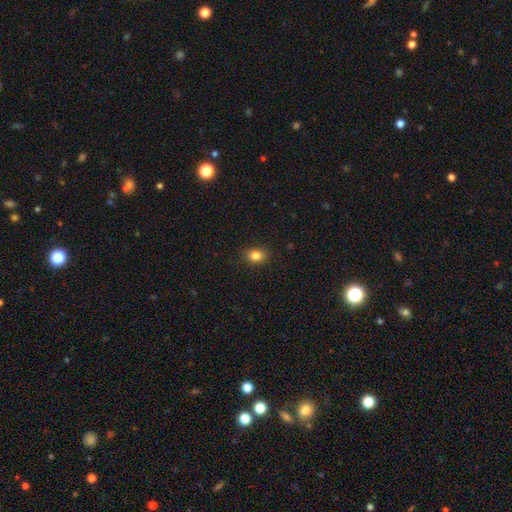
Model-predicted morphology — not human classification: Smooth or featured?
  - smooth: 84% *
  - star or artifact: 11%
  - featured or disk: 6%
How rounded?
  - in between: 58% *
  - round: 41%
  - cigar-shaped: 1%
Merging?
  - none: 88% *
  - minor disturbance: 8%
  - major disturbance: 2%
  - merger: 1%